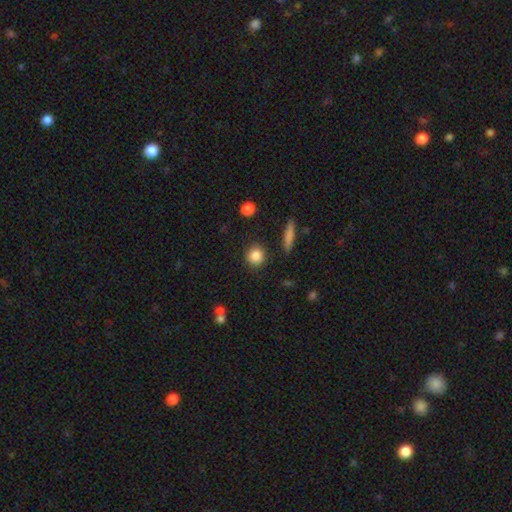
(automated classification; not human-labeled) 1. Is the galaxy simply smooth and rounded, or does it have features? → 85% smooth, 9% star or artifact, 6% featured or disk.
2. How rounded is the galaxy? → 88% round, 10% in between, 2% cigar-shaped.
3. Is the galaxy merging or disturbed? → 86% none, 8% minor disturbance, 3% merger, 3% major disturbance.